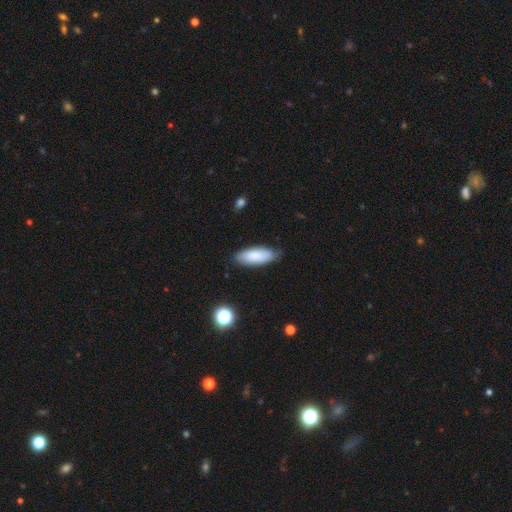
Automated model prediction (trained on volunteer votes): smooth_or_featured: smooth (p=0.84) [alt: featured or disk p=0.10]
how_rounded: in between (p=0.75) [alt: cigar-shaped p=0.23]
merging: none (p=0.79) [alt: minor disturbance p=0.17]